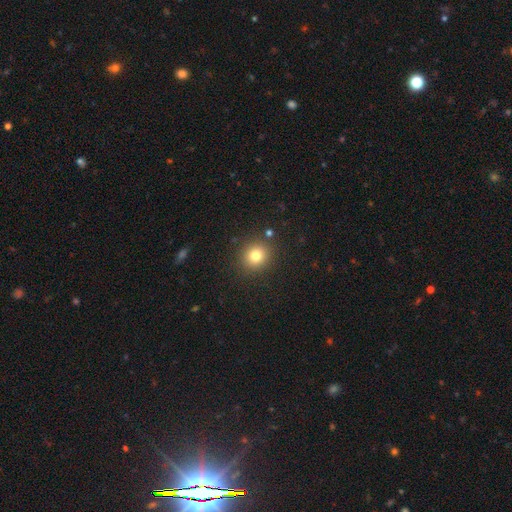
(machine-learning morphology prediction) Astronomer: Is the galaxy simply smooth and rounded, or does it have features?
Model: smooth — 79%.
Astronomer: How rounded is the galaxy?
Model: round — 84%.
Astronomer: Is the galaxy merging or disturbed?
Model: none — 87%.